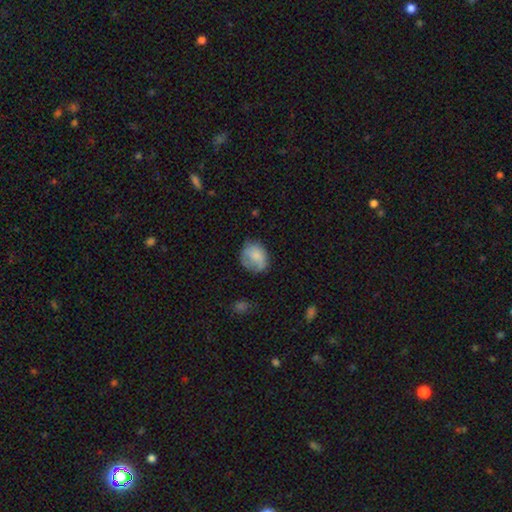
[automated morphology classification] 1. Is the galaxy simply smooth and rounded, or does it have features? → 72% smooth, 19% featured or disk, 8% star or artifact.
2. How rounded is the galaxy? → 58% round, 41% in between, 1% cigar-shaped.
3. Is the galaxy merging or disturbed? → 55% none, 29% minor disturbance, 14% major disturbance, 2% merger.